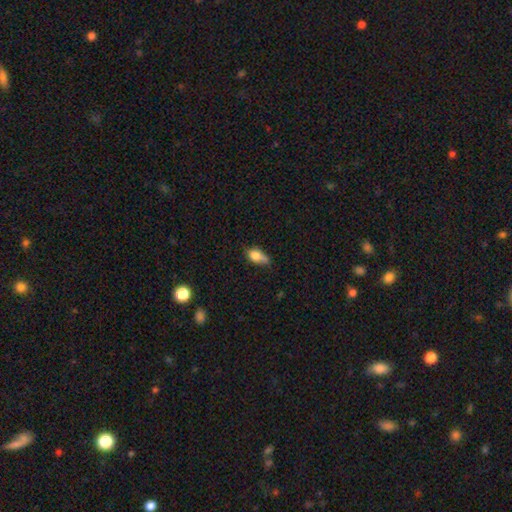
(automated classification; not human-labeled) Smooth or featured: smooth — 76% (featured or disk — 14%)
How rounded: in between — 77% (round — 16%)
Merging: minor disturbance — 39% (none — 36%)